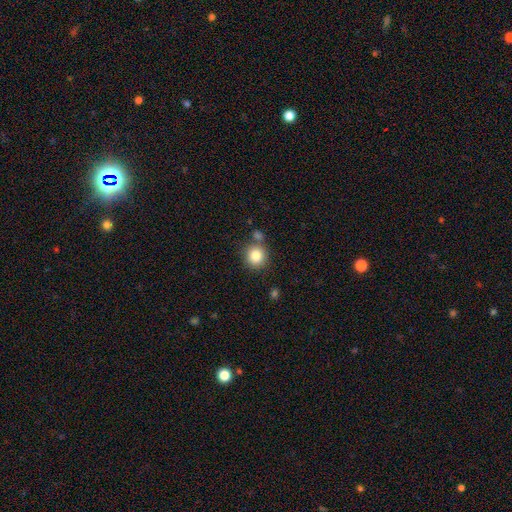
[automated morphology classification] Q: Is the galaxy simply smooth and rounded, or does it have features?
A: smooth — 83%.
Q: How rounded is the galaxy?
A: round — 91%.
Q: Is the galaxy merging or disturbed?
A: none — 74%.